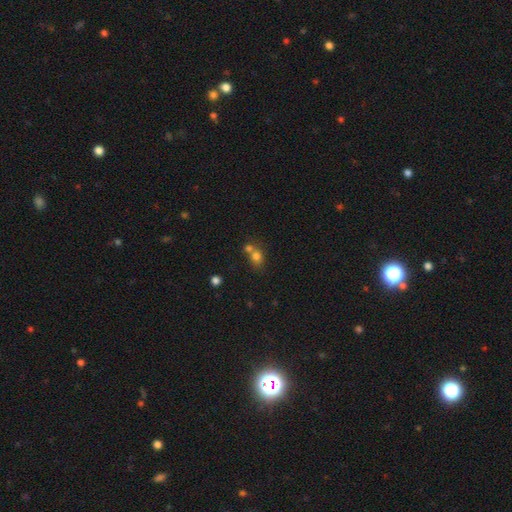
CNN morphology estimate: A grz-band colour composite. It shows a smooth galaxy with no disk features (74%) that is round (67%). Merging: merger (50%).